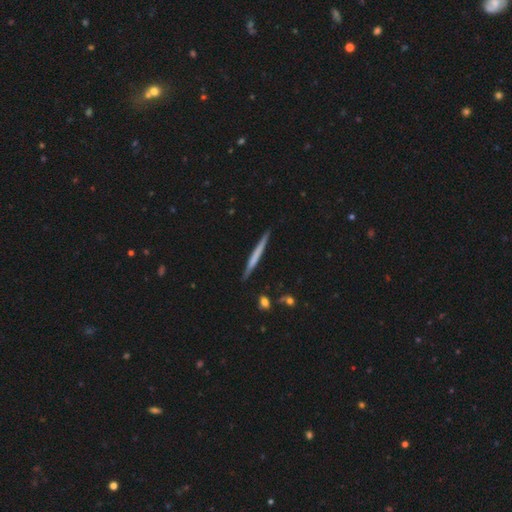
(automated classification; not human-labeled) A smooth galaxy with no disk features (50%). Merging: none (89%).